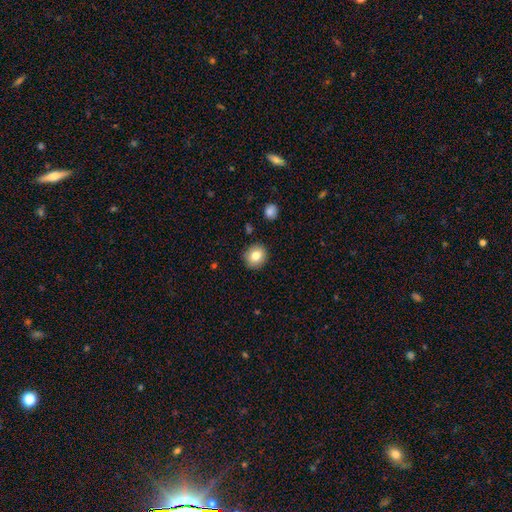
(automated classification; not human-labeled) A smooth galaxy with no disk features (80%) that is round (86%).

Vote fractions:
- Smooth or featured? smooth: 80% / featured or disk: 10% / star or artifact: 10%
- How rounded? round: 86% / in between: 13% / cigar-shaped: 1%
- Merging? none: 90% / minor disturbance: 7% / major disturbance: 2% / merger: 2%